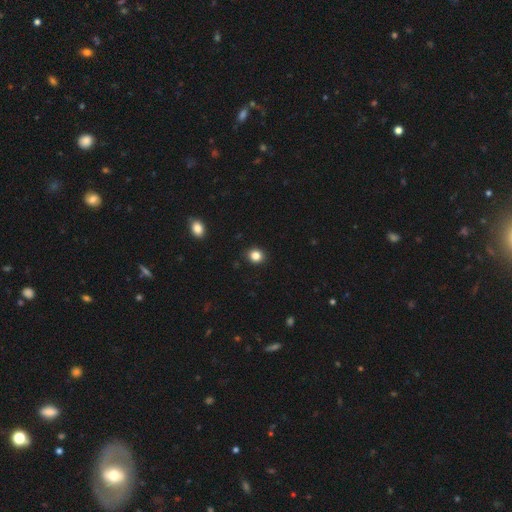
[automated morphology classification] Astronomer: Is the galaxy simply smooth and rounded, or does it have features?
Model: smooth — 84%.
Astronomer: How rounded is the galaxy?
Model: round — 78%.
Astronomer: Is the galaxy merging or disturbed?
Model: none — 90%.